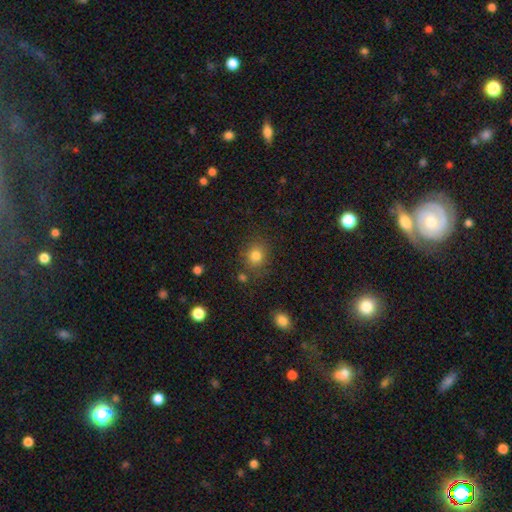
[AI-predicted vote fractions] A smooth galaxy with no disk features (81%) that is round (80%).

Vote fractions:
- Smooth or featured? smooth: 81% / star or artifact: 13% / featured or disk: 6%
- How rounded? round: 80% / in between: 19% / cigar-shaped: 1%
- Merging? none: 80% / minor disturbance: 11% / merger: 4% / major disturbance: 4%